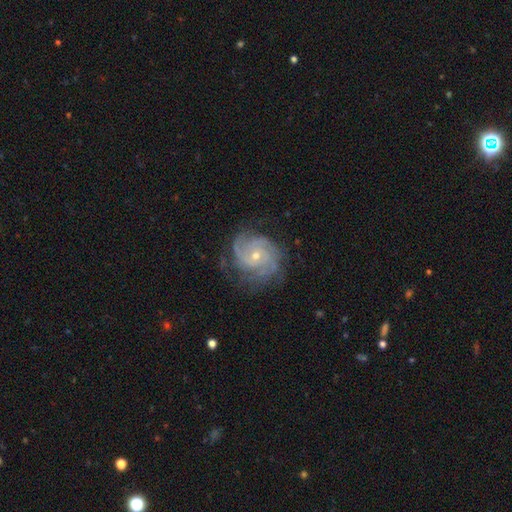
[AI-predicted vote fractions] Morphology: type=featured or disk (88%); edge-on=no (98%); bar=no (71%); spiral arms=yes (97%); winding=tight (63%); arm count=3 (32%); bulge=small (60%); merging=none (73%).